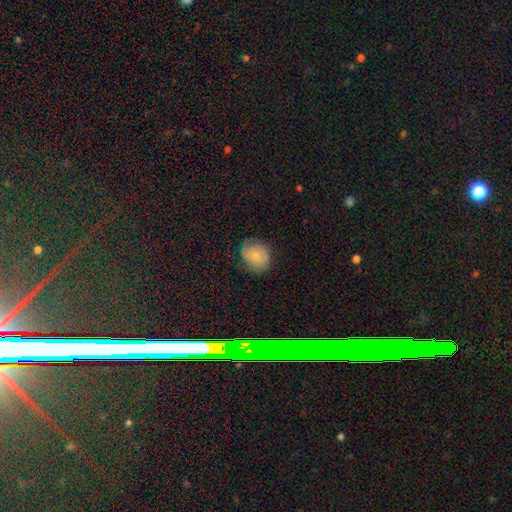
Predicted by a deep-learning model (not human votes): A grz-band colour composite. It shows a smooth galaxy with no disk features (59%) that is round (70%). Merging: none (63%).